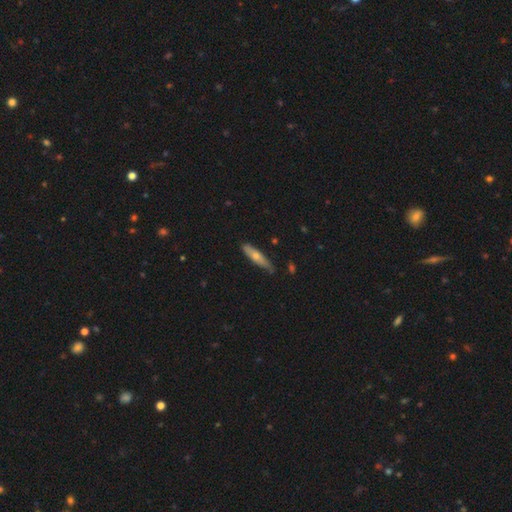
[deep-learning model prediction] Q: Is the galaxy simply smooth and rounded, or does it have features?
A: featured or disk — 47%.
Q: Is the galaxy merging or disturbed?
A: none — 82%.